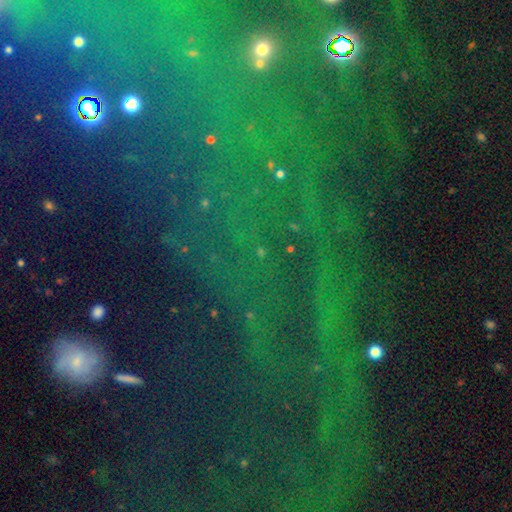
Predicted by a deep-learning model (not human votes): smooth_or_featured: star or artifact (p=0.80) [alt: smooth p=0.11]